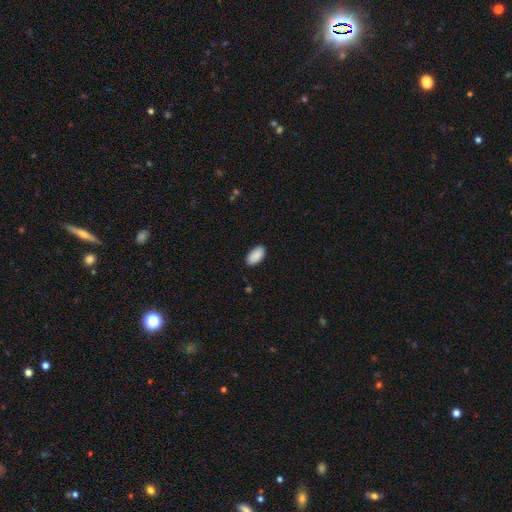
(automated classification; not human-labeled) Smooth or featured? Predicted: smooth (p=0.91). How rounded? Predicted: in between (p=0.95). Merging? Predicted: none (p=0.88).